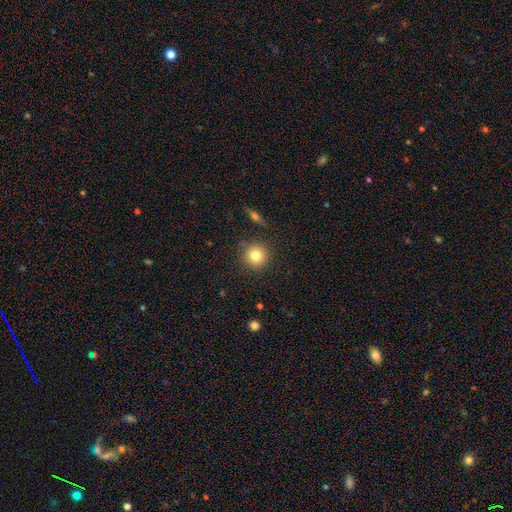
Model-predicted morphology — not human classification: The model was most divided on "smooth or featured": smooth: 80%, star or artifact: 11%, featured or disk: 10%. More confident: how rounded — round (94%); merging — none (88%).